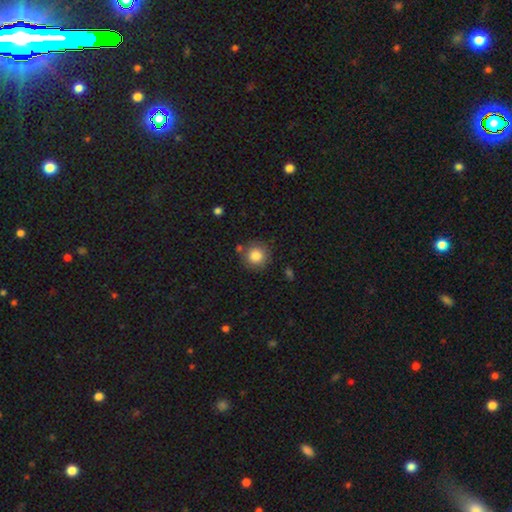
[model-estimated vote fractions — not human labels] This appears to be a smooth galaxy with no disk features (84%) that is round (94%). Merging: none (82%).